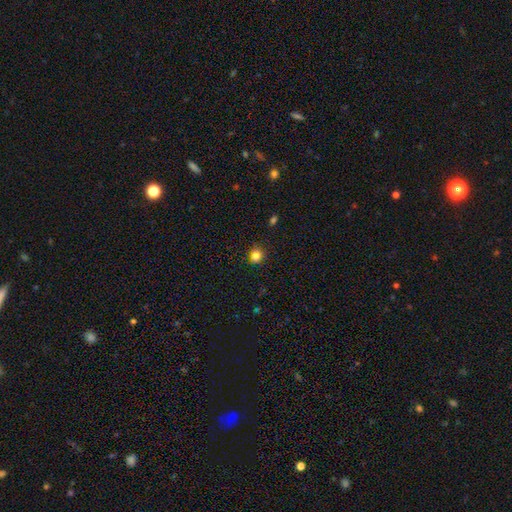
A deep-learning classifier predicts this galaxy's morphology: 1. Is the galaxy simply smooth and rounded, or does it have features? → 82% smooth, 13% star or artifact, 5% featured or disk.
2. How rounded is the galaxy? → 81% round, 18% in between, 1% cigar-shaped.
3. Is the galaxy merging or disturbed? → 89% none, 8% minor disturbance, 2% major disturbance, 1% merger.